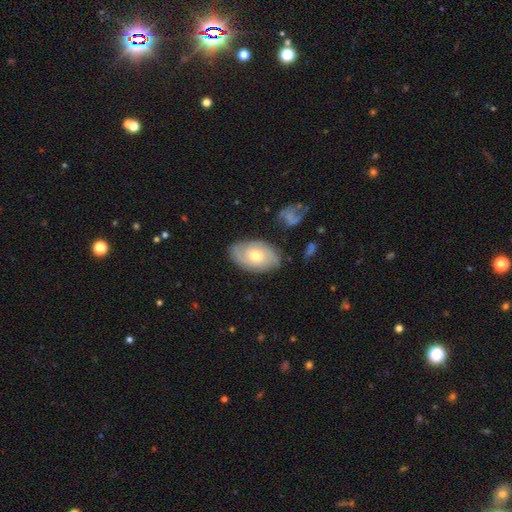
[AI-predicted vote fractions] Smooth or featured: featured or disk — 60% (smooth — 33%)
Edge-on disk: no — 94% (yes — 6%)
Bar: no — 77% (weak — 20%)
Spiral arms: yes — 82% (no — 18%)
Bulge size: moderate — 63% (small — 32%)
Merging: none — 77% (minor disturbance — 17%)